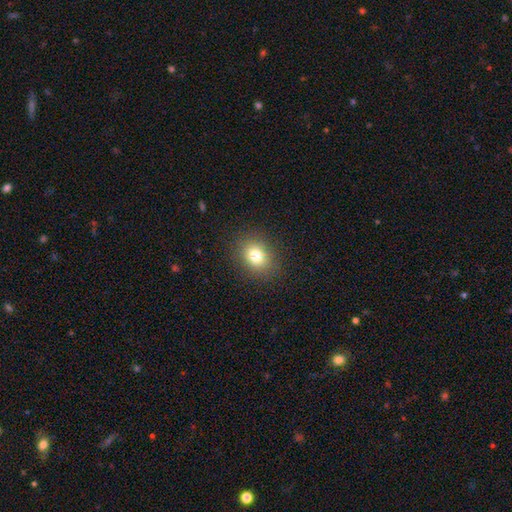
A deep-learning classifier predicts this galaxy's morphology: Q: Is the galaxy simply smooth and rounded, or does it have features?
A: smooth — 78%.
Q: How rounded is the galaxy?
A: round — 51%.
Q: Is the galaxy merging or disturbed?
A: none — 86%.